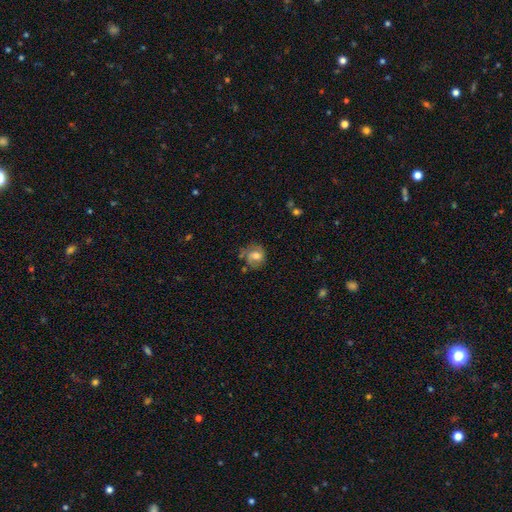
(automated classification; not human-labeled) Smooth or featured?
  - smooth: 56% *
  - featured or disk: 34%
  - star or artifact: 10%
How rounded?
  - round: 69% *
  - in between: 30%
  - cigar-shaped: 1%
Merging?
  - none: 57% *
  - minor disturbance: 26%
  - major disturbance: 12%
  - merger: 5%